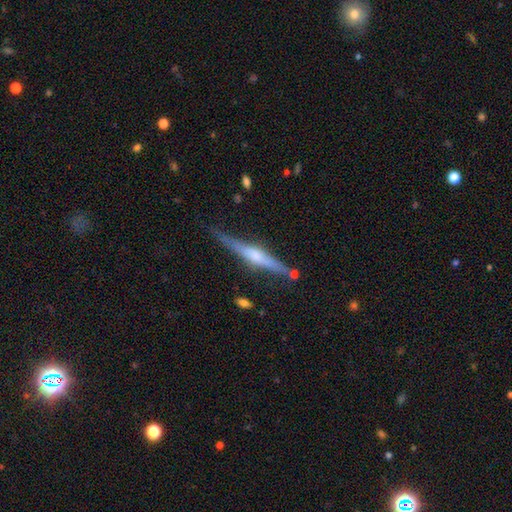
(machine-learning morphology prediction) Smooth or featured: featured or disk — 73% (smooth — 21%)
Edge-on disk: yes — 97% (no — 3%)
Edge-on bulge: rounded — 77% (boxy — 14%)
Merging: none — 74% (minor disturbance — 18%)